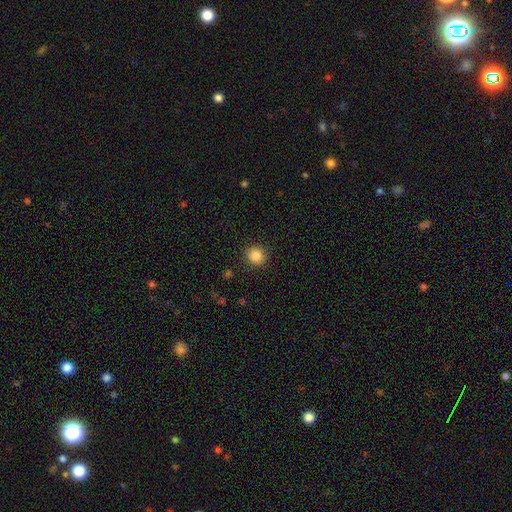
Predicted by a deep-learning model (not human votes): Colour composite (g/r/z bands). It shows a smooth galaxy with no disk features (86%) that is round (92%). Merging: none (91%).